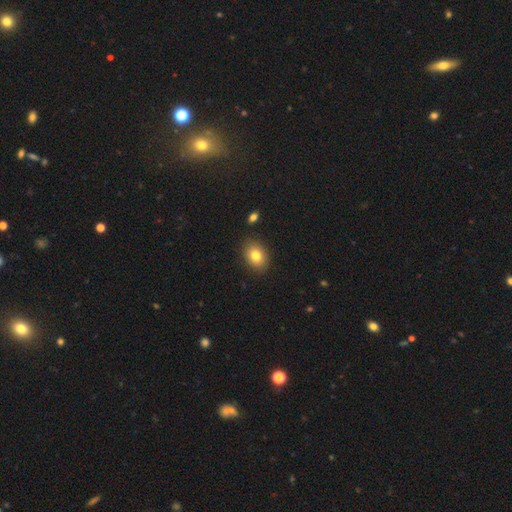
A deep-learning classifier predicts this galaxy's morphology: Smooth or featured: smooth — 81% (featured or disk — 10%)
How rounded: in between — 70% (round — 29%)
Merging: none — 87% (minor disturbance — 9%)